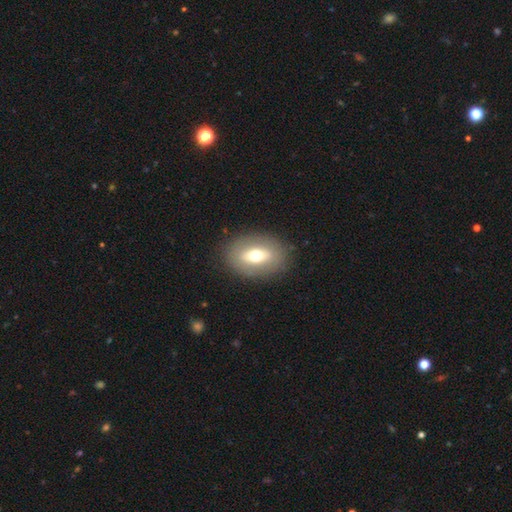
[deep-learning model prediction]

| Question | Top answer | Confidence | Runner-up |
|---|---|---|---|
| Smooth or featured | smooth | 57% | featured or disk (35%) |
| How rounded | in between | 78% | round (20%) |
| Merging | none | 85% | minor disturbance (9%) |